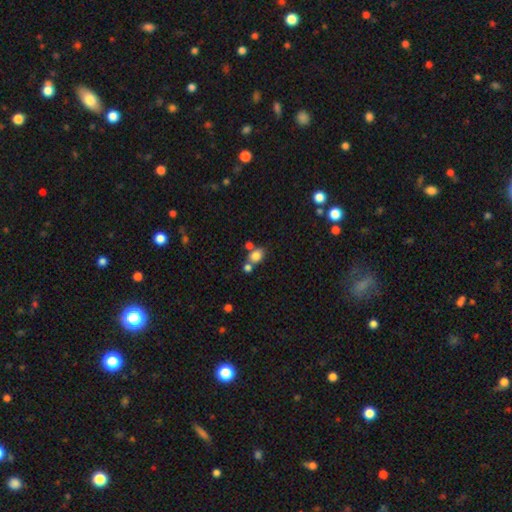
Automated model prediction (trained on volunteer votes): Smooth or featured? smooth (80%)
How rounded? in between (55%)
Merging? none (53%)